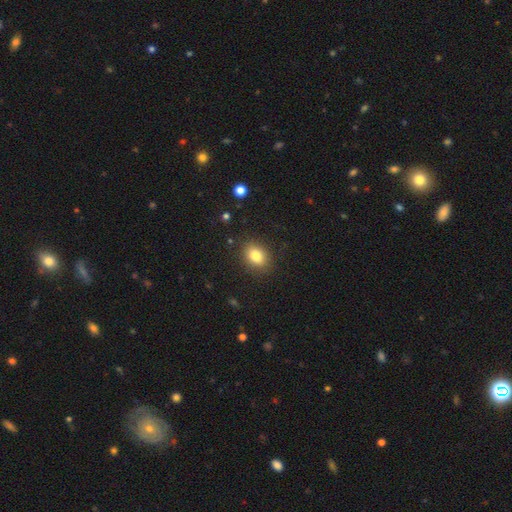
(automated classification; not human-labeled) smooth 81%, star or artifact 10%, featured or disk 9%. Down the decision tree: how rounded — in between (67%); merging — none (86%).